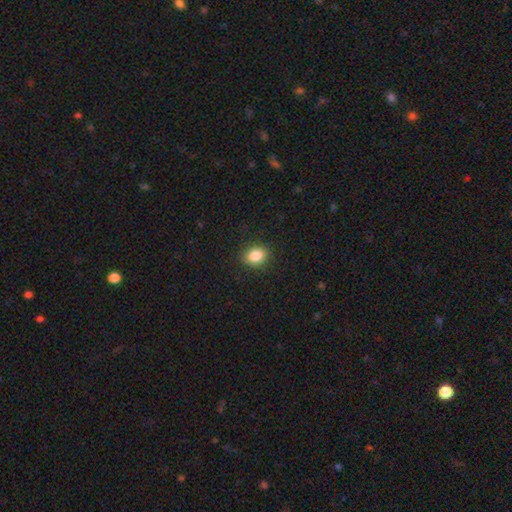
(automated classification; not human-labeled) Smooth or featured?
  - smooth: 86% *
  - star or artifact: 9%
  - featured or disk: 5%
How rounded?
  - in between: 64% *
  - round: 35%
  - cigar-shaped: 1%
Merging?
  - none: 88% *
  - minor disturbance: 9%
  - major disturbance: 2%
  - merger: 1%